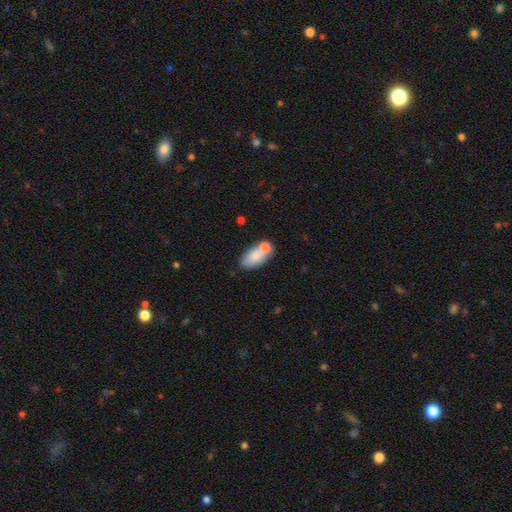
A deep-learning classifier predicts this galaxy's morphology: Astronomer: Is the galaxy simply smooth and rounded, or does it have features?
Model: smooth — 79%.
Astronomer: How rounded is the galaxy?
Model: in between — 91%.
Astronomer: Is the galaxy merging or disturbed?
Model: none — 52%.